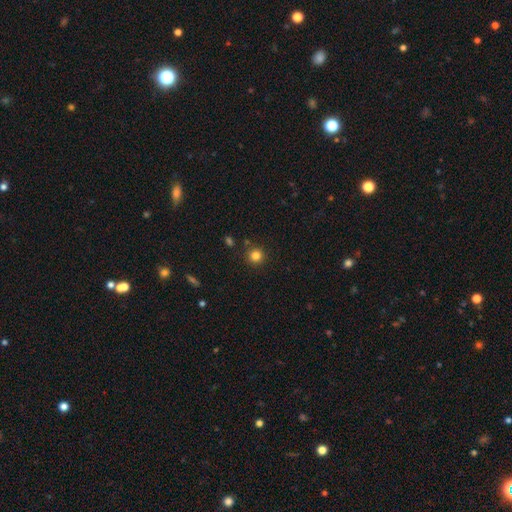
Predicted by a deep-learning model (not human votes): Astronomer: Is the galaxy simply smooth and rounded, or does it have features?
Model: smooth — 82%.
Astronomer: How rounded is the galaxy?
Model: round — 94%.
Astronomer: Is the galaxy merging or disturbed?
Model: none — 88%.